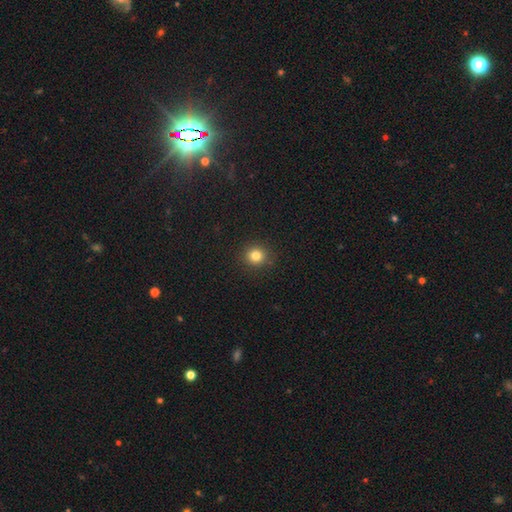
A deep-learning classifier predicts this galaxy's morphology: smooth-or-featured: smooth: 82% | star or artifact: 13% | featured or disk: 5%
  how-rounded: round: 90% | in between: 9% | cigar-shaped: 1%
  merging: none: 91% | minor disturbance: 6% | major disturbance: 2% | merger: 1%